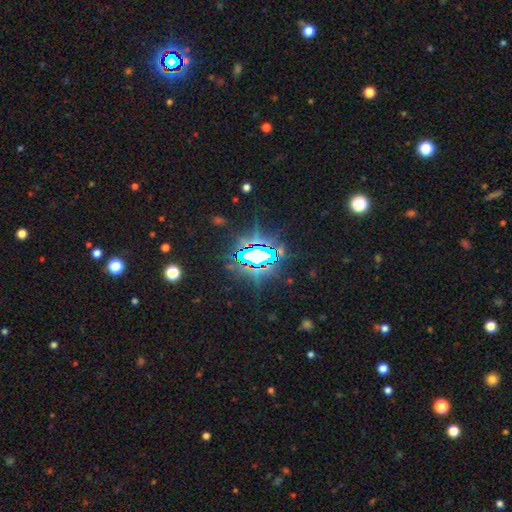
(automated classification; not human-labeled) Smooth or featured? Predicted: star or artifact (p=0.75).